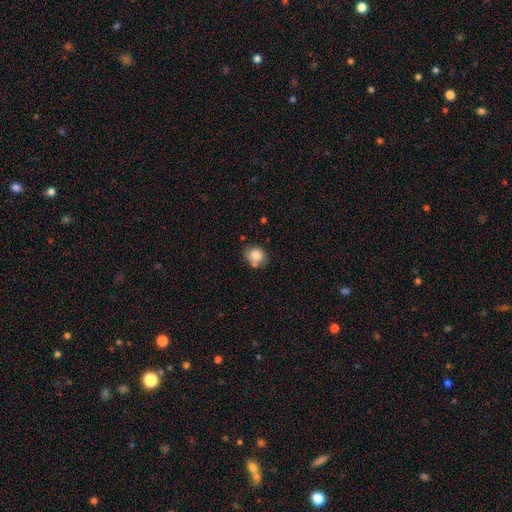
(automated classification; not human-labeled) Smooth or featured? smooth (81%)
How rounded? round (65%)
Merging? none (58%)